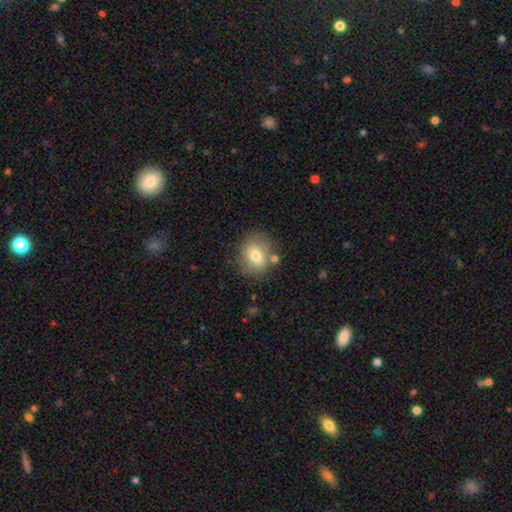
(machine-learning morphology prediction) smooth 73%, featured or disk 17%, star or artifact 10%. Down the decision tree: how rounded — round (73%); merging — none (78%).